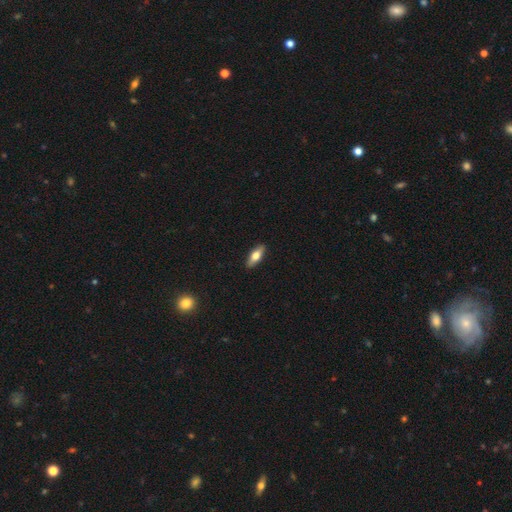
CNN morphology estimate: This appears to be a smooth galaxy with no disk features (65%) that is in between round and cigar-shaped (68%). Merging: none (90%).